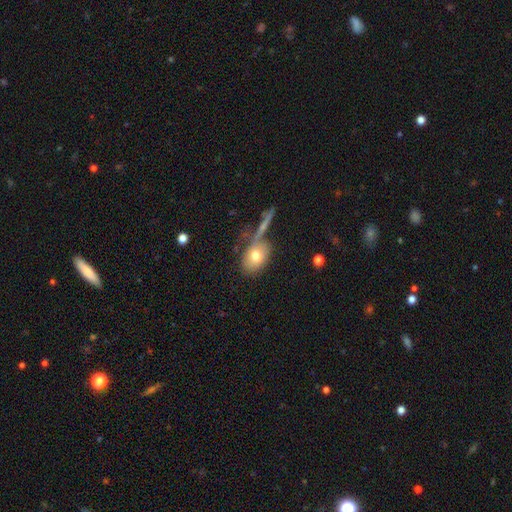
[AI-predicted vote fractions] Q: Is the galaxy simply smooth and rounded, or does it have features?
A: smooth — 73%.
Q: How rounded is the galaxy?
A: in between — 77%.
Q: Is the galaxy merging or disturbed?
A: none — 53%.